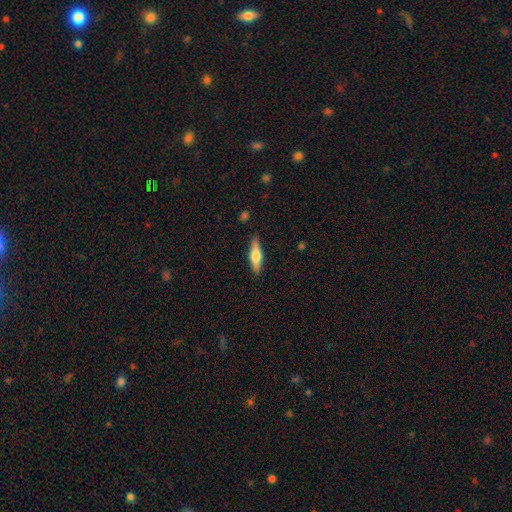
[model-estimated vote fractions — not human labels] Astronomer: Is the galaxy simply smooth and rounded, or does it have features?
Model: smooth — 48% (runner-up: featured or disk, 46%).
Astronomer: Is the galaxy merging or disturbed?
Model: none — 88%.